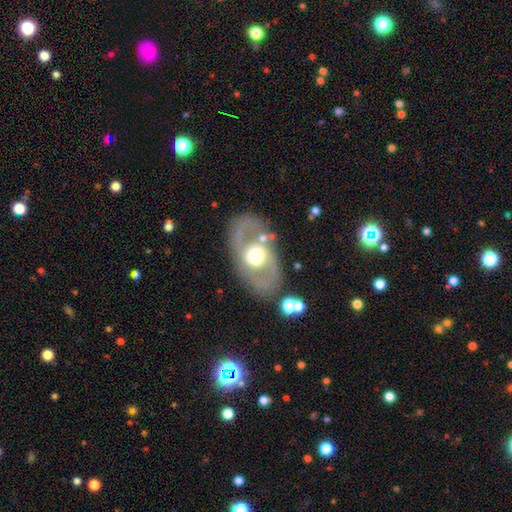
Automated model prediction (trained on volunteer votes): The model was most divided on "spiral arms": yes: 57%, no: 43%. More confident: edge-on disk — no (93%); merging — none (75%); smooth or featured — featured or disk (72%); bar — no (65%); bulge size — moderate (58%).